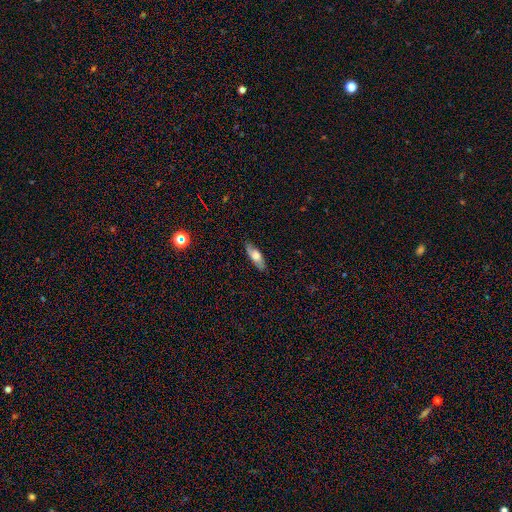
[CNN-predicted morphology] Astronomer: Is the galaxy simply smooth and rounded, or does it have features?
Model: smooth — 60%.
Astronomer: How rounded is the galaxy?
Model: in between — 62%.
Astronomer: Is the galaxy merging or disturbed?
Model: none — 84%.